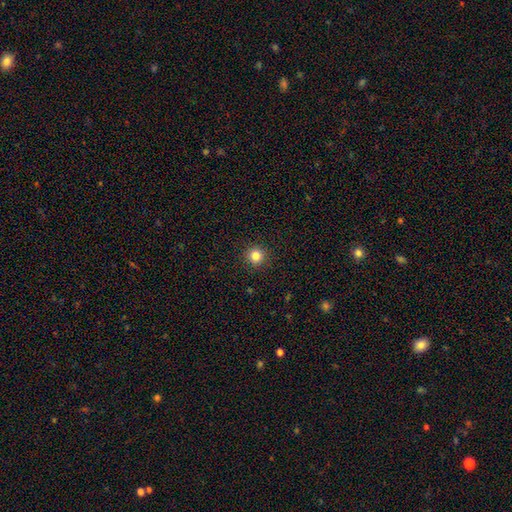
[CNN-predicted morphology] Q: Smooth or featured?
A: smooth (83%); runner-up: star or artifact (12%)
Q: How rounded?
A: round (95%); runner-up: in between (4%)
Q: Merging?
A: none (92%); runner-up: minor disturbance (5%)